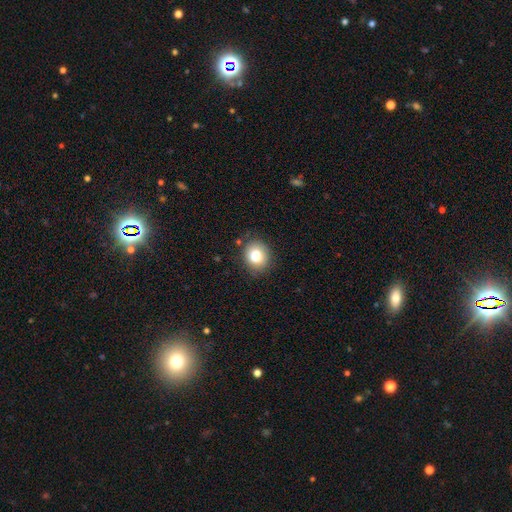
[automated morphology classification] Smooth or featured?
  - smooth: 82% *
  - star or artifact: 10%
  - featured or disk: 8%
How rounded?
  - round: 68% *
  - in between: 32%
  - cigar-shaped: 1%
Merging?
  - none: 82% *
  - minor disturbance: 13%
  - major disturbance: 3%
  - merger: 2%